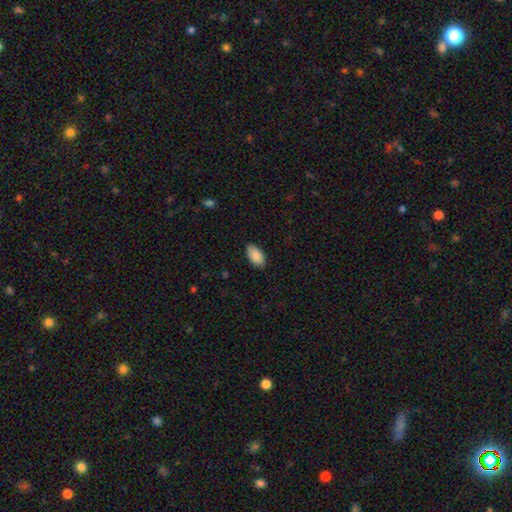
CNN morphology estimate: smooth_or_featured: smooth (p=0.88) [alt: star or artifact p=0.06]
how_rounded: in between (p=0.95) [alt: round p=0.03]
merging: none (p=0.87) [alt: minor disturbance p=0.10]